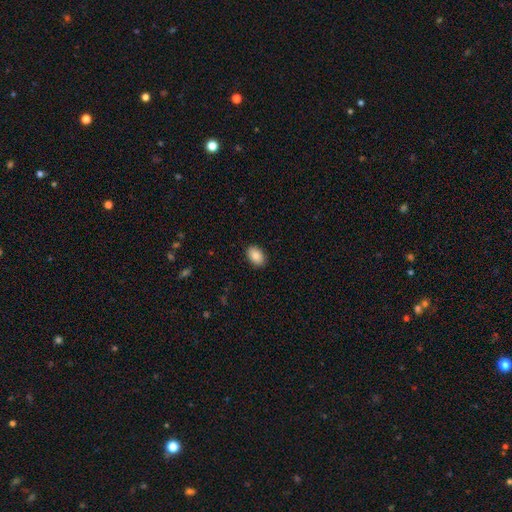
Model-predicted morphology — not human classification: smooth_or_featured: smooth (p=0.87) [alt: star or artifact p=0.07]
how_rounded: in between (p=0.88) [alt: round p=0.11]
merging: none (p=0.90) [alt: minor disturbance p=0.08]